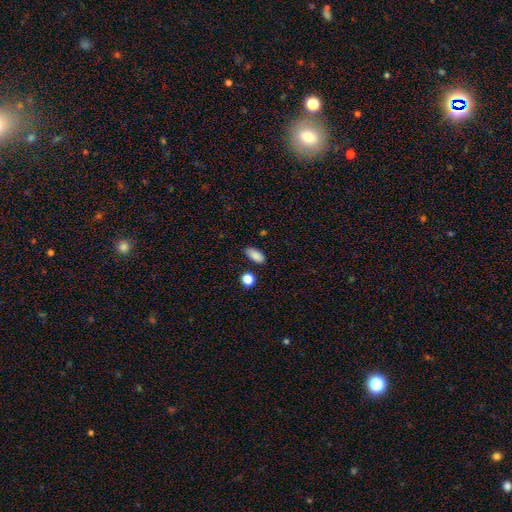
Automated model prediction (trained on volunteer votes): smooth-or-featured: smooth: 87% | star or artifact: 8% | featured or disk: 4%
  how-rounded: in between: 88% | cigar-shaped: 7% | round: 5%
  merging: none: 82% | minor disturbance: 11% | merger: 4% | major disturbance: 3%